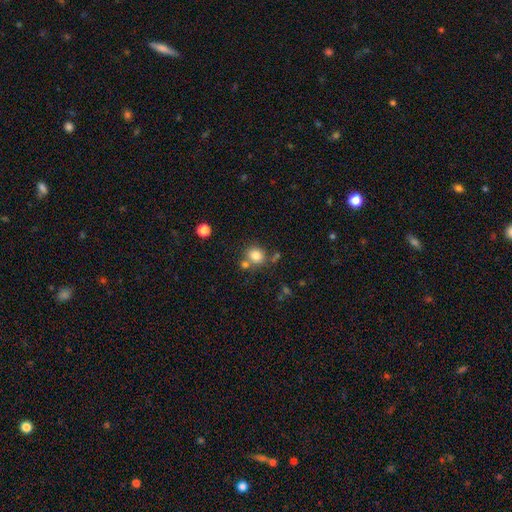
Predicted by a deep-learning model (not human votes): Smooth or featured? smooth (80%)
How rounded? round (80%)
Merging? none (63%)